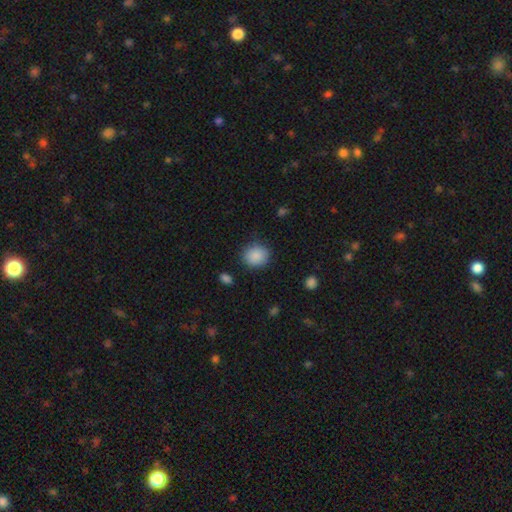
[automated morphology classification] Smooth or featured? smooth (88%)
How rounded? round (78%)
Merging? none (85%)